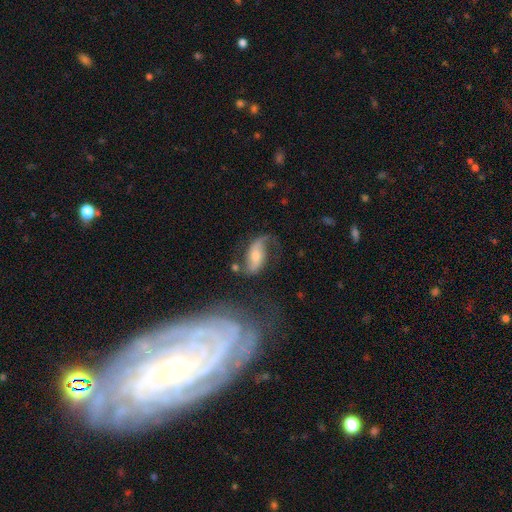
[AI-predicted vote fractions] Smooth or featured?
  - featured or disk: 70% *
  - smooth: 23%
  - star or artifact: 8%
Edge-on disk?
  - no: 94% *
  - yes: 6%
Bar?
  - no: 45% *
  - weak: 36%
  - strong: 20%
Spiral arms?
  - yes: 90% *
  - no: 10%
Spiral winding?
  - loose: 66% *
  - medium: 25%
  - tight: 8%
Spiral arm count?
  - 2: 85% *
  - 1: 8%
  - can't tell: 5%
  - 3: 1%
  - 4: 1%
  - more than 4: 1%
Bulge size?
  - moderate: 52% *
  - small: 35%
  - large: 7%
  - none: 4%
  - dominant: 2%
Merging?
  - none: 53% *
  - minor disturbance: 22%
  - major disturbance: 17%
  - merger: 9%